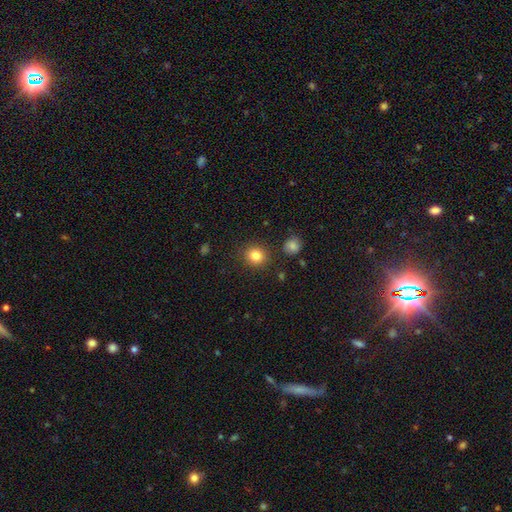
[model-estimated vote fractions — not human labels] A smooth galaxy with no disk features (83%) that is round (86%). Merging: none (89%).